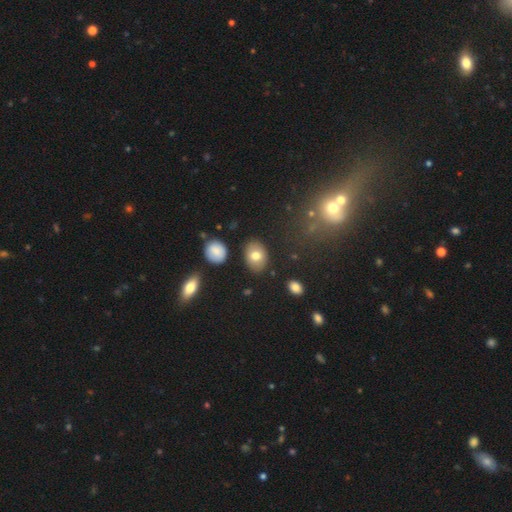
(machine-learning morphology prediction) smooth 74%, featured or disk 18%, star or artifact 8%. Down the decision tree: how rounded — in between (77%); merging — none (83%).